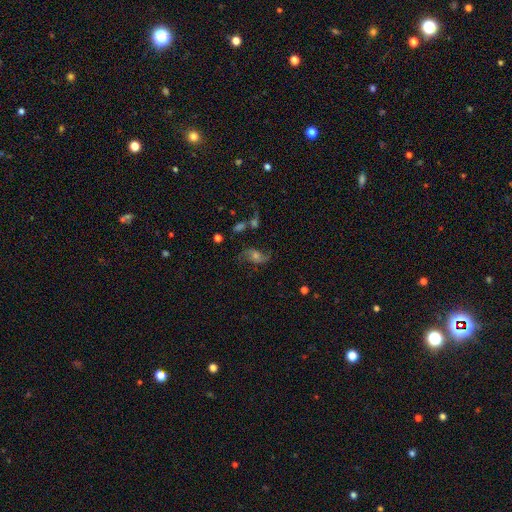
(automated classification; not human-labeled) Morphology: type=featured or disk (69%); edge-on=no (95%); bar=no (63%); spiral arms=yes (92%); winding=loose (58%); arm count=2 (88%); bulge=moderate (54%); merging=none (68%).